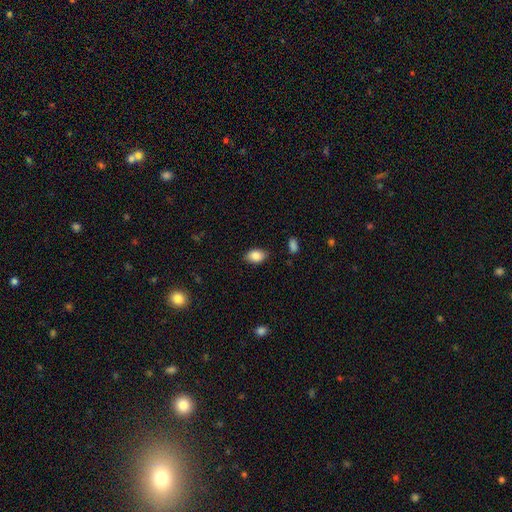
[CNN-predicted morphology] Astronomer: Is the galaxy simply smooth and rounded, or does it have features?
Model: smooth — 87%.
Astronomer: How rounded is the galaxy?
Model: in between — 85%.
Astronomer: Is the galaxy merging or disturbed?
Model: none — 83%.